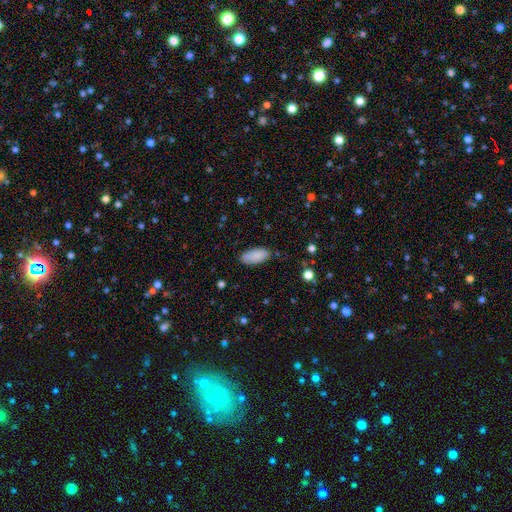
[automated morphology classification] Overall: smooth (87%). How rounded: in between (90%). Merging: none (82%).